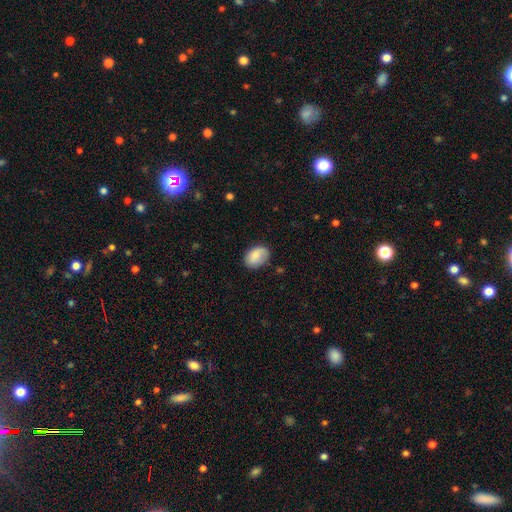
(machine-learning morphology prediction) Smooth or featured? smooth (81%)
How rounded? in between (81%)
Merging? none (75%)